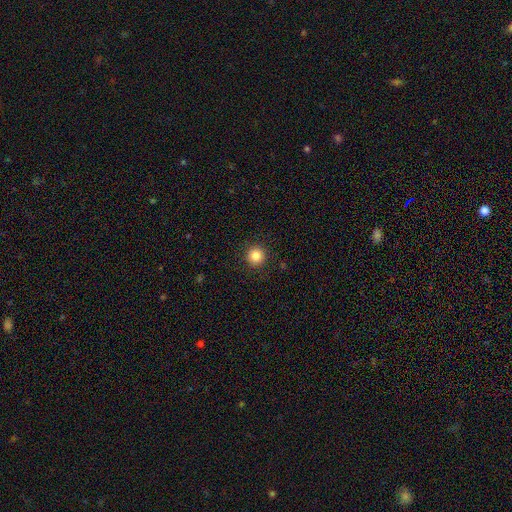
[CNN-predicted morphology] This is clearly a smooth galaxy (85%). How rounded: clearly round (95%). Merging: clearly none (92%).